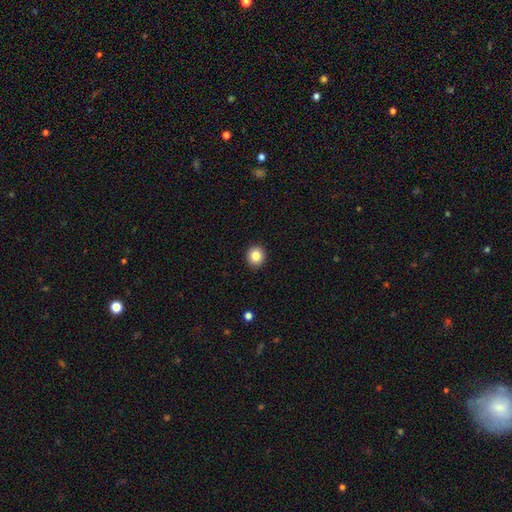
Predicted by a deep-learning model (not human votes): A smooth galaxy with no disk features (85%) that is round (86%).

Vote fractions:
- Smooth or featured? smooth: 85% / star or artifact: 10% / featured or disk: 6%
- How rounded? round: 86% / in between: 13% / cigar-shaped: 1%
- Merging? none: 92% / minor disturbance: 5% / major disturbance: 2% / merger: 1%